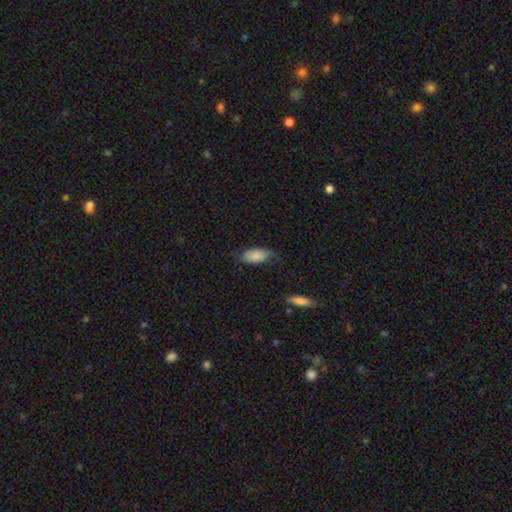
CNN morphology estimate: Smooth or featured: smooth — 82% (featured or disk — 12%)
How rounded: in between — 93% (cigar-shaped — 4%)
Merging: none — 54% (minor disturbance — 33%)